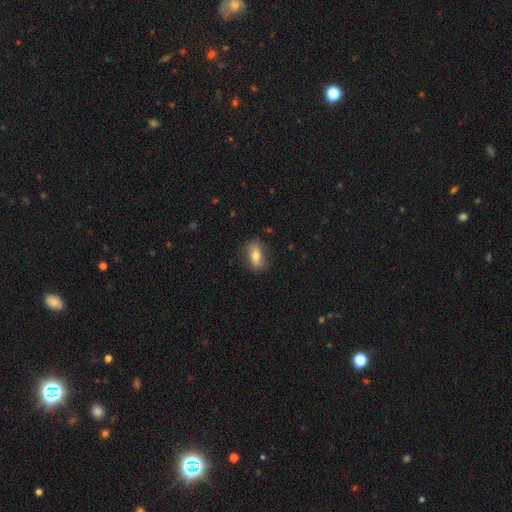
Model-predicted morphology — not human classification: Q: Smooth or featured?
A: smooth (62%); runner-up: featured or disk (30%)
Q: How rounded?
A: in between (78%); runner-up: round (14%)
Q: Merging?
A: none (80%); runner-up: minor disturbance (15%)